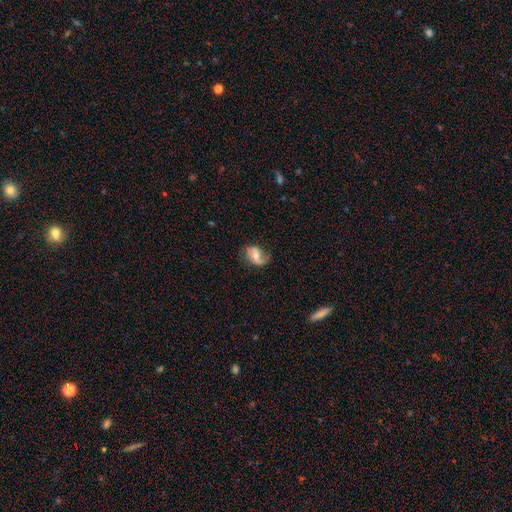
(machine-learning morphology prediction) Smooth or featured? Predicted: featured or disk (p=0.60). Edge-on disk? Predicted: no (p=0.96). Bar? Predicted: no (p=0.48). Spiral arms? Predicted: yes (p=0.82). Bulge size? Predicted: moderate (p=0.60). Merging? Predicted: none (p=0.60).